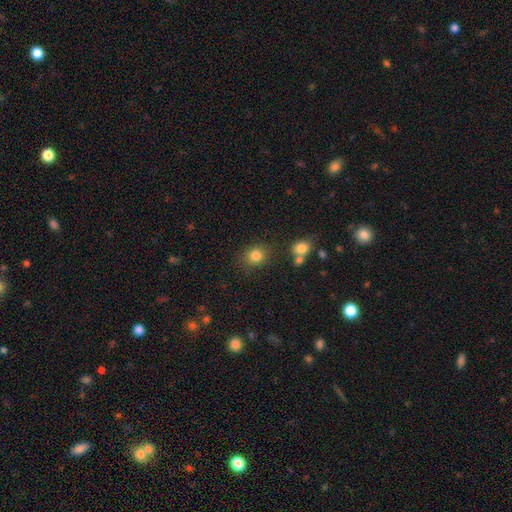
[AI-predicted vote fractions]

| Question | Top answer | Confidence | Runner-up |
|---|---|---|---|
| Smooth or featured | smooth | 82% | star or artifact (12%) |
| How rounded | round | 71% | in between (28%) |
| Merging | none | 79% | minor disturbance (12%) |